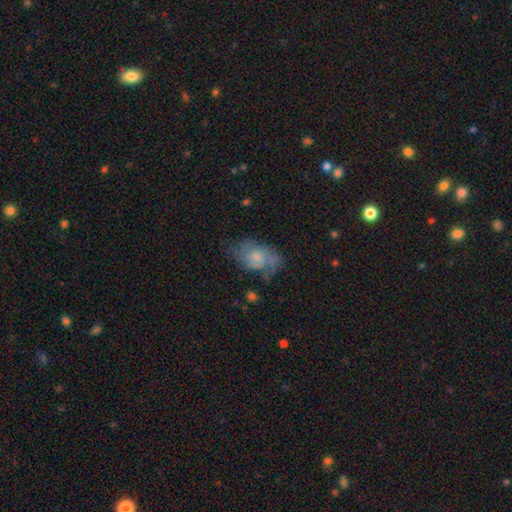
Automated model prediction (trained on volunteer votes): smooth_or_featured: featured or disk (p=0.60) [alt: smooth p=0.30]
disk_edge_on: no (p=0.96) [alt: yes p=0.04]
bar: no (p=0.72) [alt: weak p=0.25]
has_spiral_arms: yes (p=0.82) [alt: no p=0.18]
bulge_size: small (p=0.43) [alt: moderate p=0.39]
merging: none (p=0.59) [alt: minor disturbance p=0.24]